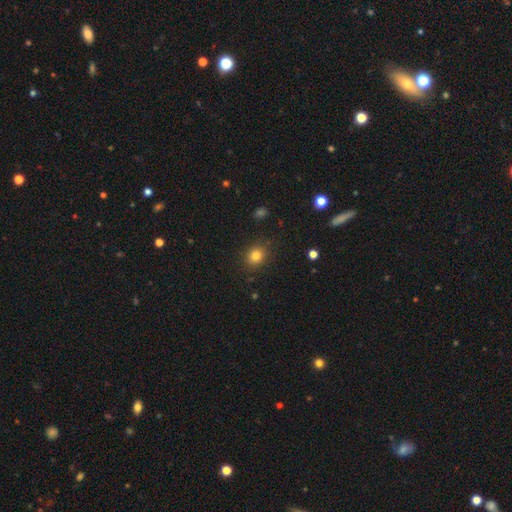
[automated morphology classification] This appears to be a smooth galaxy with no disk features (82%) that is round (60%). Merging: none (84%).